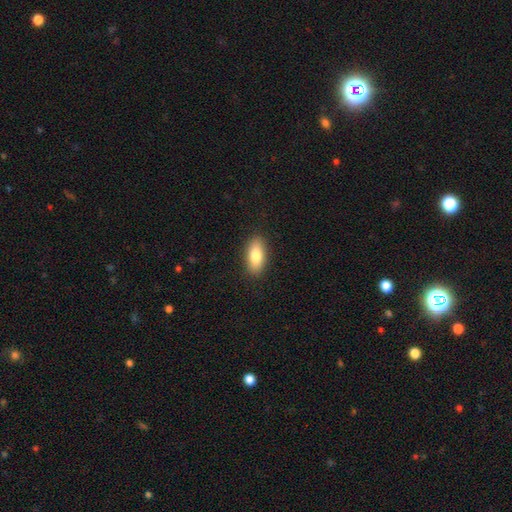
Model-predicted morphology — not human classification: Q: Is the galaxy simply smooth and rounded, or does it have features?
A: smooth — 82%.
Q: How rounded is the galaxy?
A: in between — 85%.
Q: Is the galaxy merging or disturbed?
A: none — 89%.